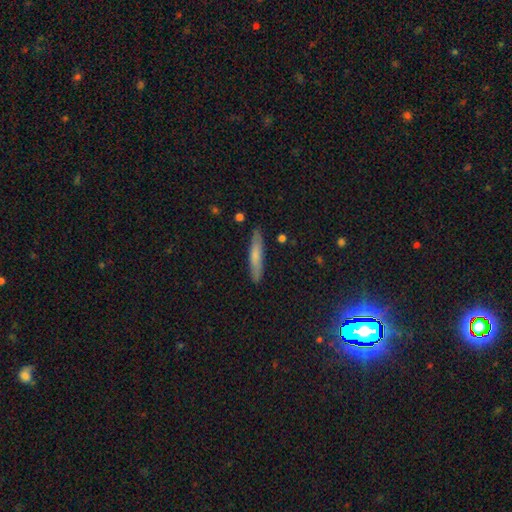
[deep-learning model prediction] smooth 66%, featured or disk 27%, star or artifact 7%. Down the decision tree: how rounded — cigar-shaped (90%); merging — none (87%).